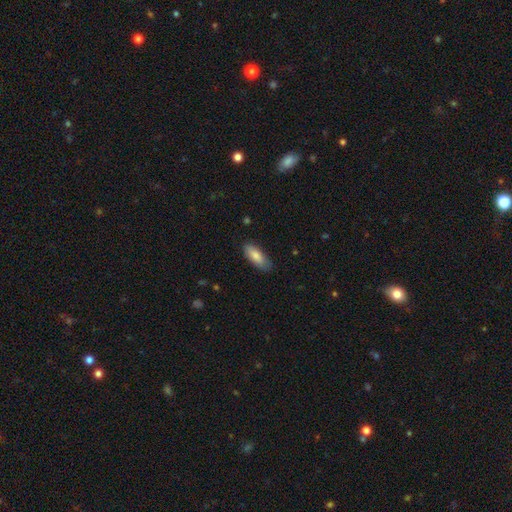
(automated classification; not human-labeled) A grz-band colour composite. It shows a smooth galaxy with no disk features (82%) that is in between round and cigar-shaped (74%). Merging: none (80%).